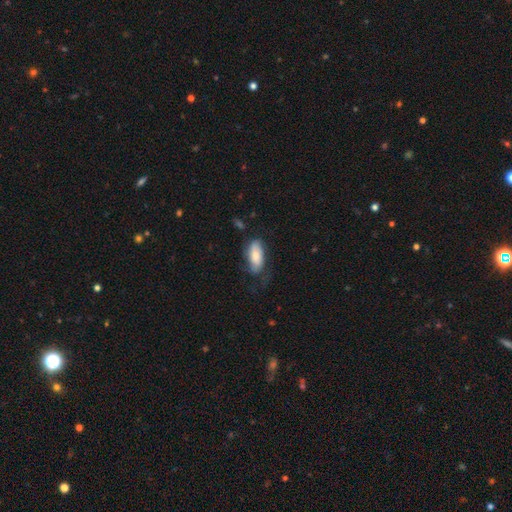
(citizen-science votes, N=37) smooth 81%, featured or disk 14%, star or artifact 5%. Down the decision tree: how rounded — in between (87%); merging — none (49%).